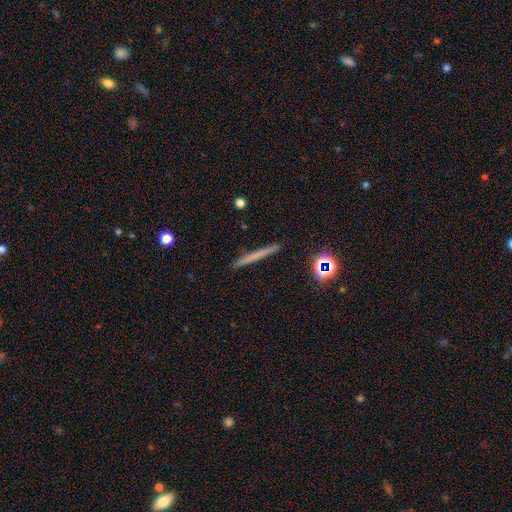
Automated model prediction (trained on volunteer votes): The model was most divided on "smooth or featured": smooth: 57%, featured or disk: 33%, star or artifact: 9%. More confident: how rounded — cigar-shaped (96%); merging — none (91%).